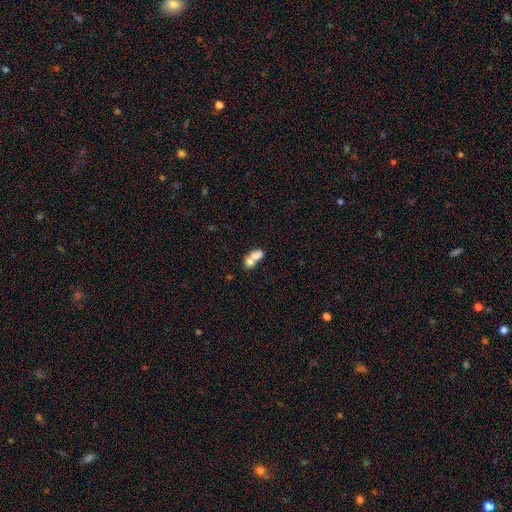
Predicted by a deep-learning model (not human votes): A smooth galaxy with no disk features (70%) that is in between round and cigar-shaped (72%).

Vote fractions:
- Smooth or featured? smooth: 70% / featured or disk: 20% / star or artifact: 10%
- How rounded? in between: 72% / round: 25% / cigar-shaped: 3%
- Merging? merger: 71% / none: 19% / minor disturbance: 6% / major disturbance: 4%